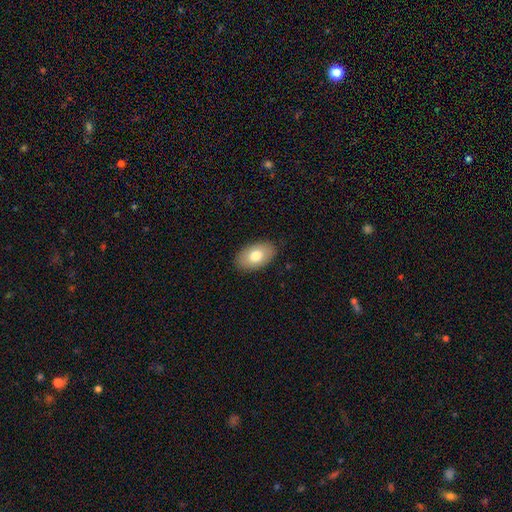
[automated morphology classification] This appears to be a smooth galaxy with no disk features (77%) that is in between round and cigar-shaped (92%). Merging: none (87%).